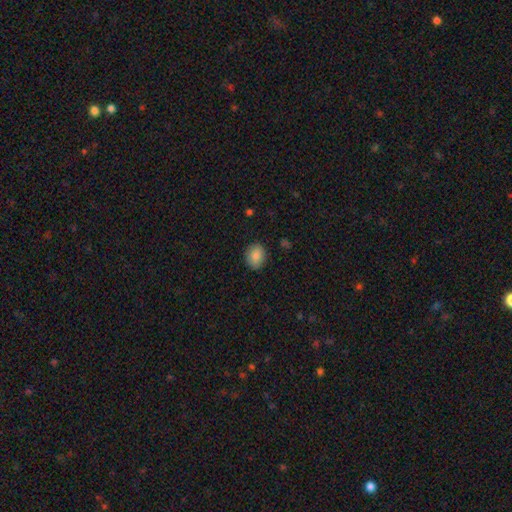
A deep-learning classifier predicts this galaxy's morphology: This is clearly a smooth galaxy (86%). How rounded: possibly in between (54%). Merging: clearly none (87%).